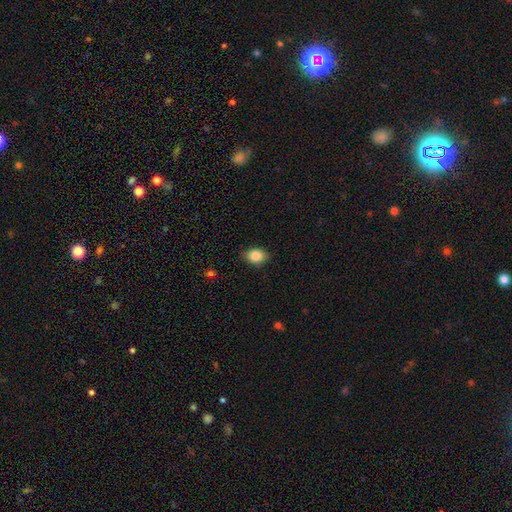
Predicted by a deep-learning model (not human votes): smooth 86%, star or artifact 8%, featured or disk 5%. Down the decision tree: how rounded — in between (68%); merging — none (84%).